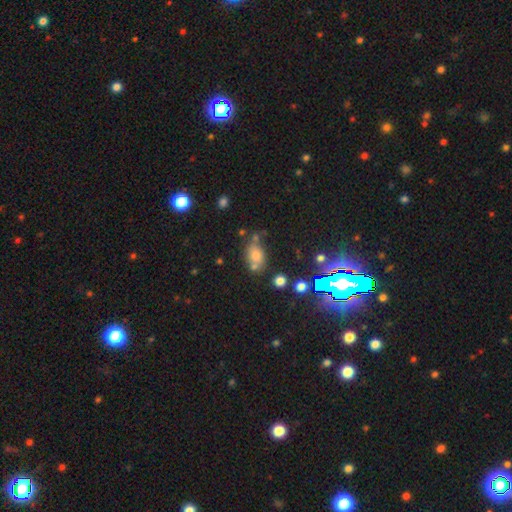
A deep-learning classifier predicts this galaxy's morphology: Smooth or featured?
  - smooth: 64% *
  - star or artifact: 21%
  - featured or disk: 15%
How rounded?
  - in between: 73% *
  - round: 24%
  - cigar-shaped: 3%
Merging?
  - none: 57% *
  - merger: 20%
  - minor disturbance: 17%
  - major disturbance: 6%